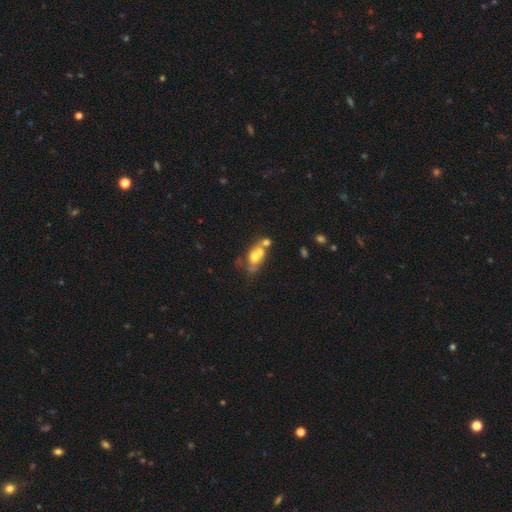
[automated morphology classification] Smooth or featured? smooth (53%)
How rounded? in between (56%)
Merging? merger (55%)